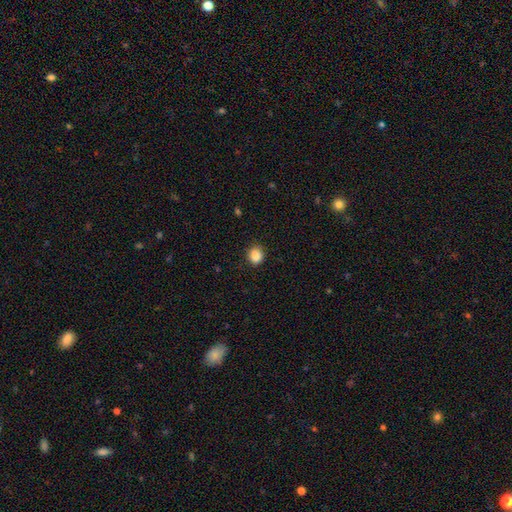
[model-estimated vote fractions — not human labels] Morphology: type=smooth (88%); roundness=round (70%); merging=none (84%).